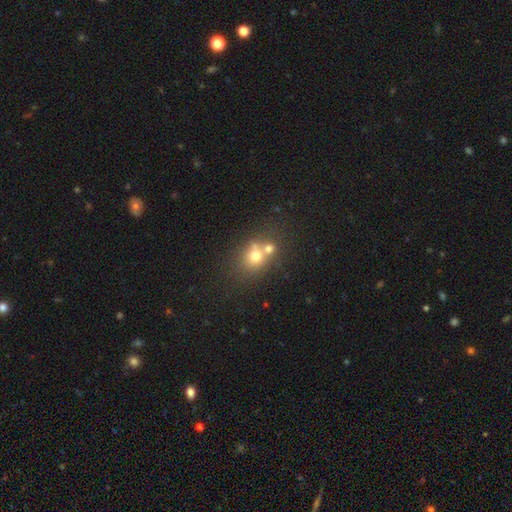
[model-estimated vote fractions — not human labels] This appears to be a smooth galaxy with no disk features (67%) that is round (70%). Merging: merger (50%).